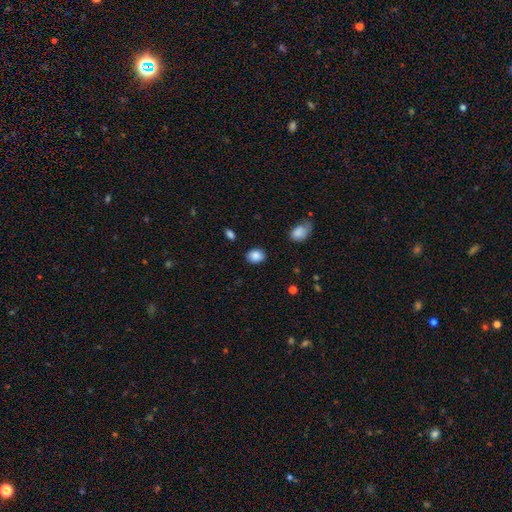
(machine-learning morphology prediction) This is clearly a smooth galaxy (87%). How rounded: possibly in between (55%). Merging: clearly none (86%).